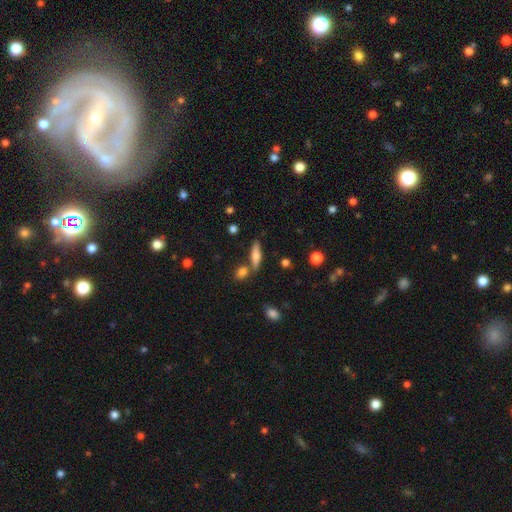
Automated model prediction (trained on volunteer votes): Smooth or featured? Predicted: smooth (p=0.59). How rounded? Predicted: cigar-shaped (p=0.65). Merging? Predicted: none (p=0.71).